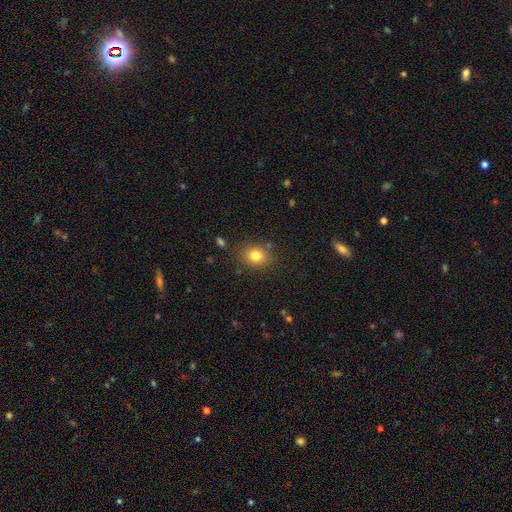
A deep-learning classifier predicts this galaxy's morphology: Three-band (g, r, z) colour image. It shows a smooth galaxy with no disk features (81%) that is round (61%). Merging: none (83%).